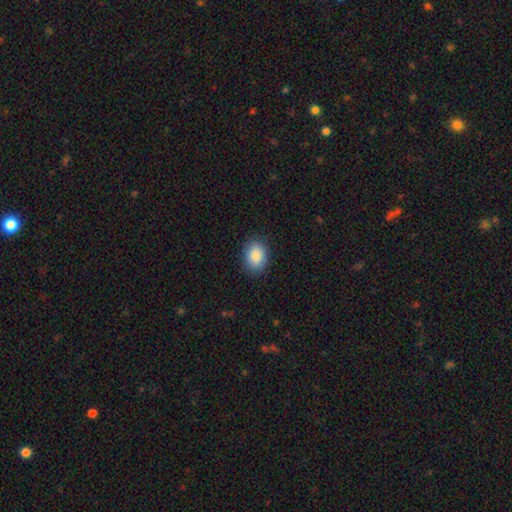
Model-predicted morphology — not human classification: type=smooth (89%); roundness=in between (62%); merging=none (88%).